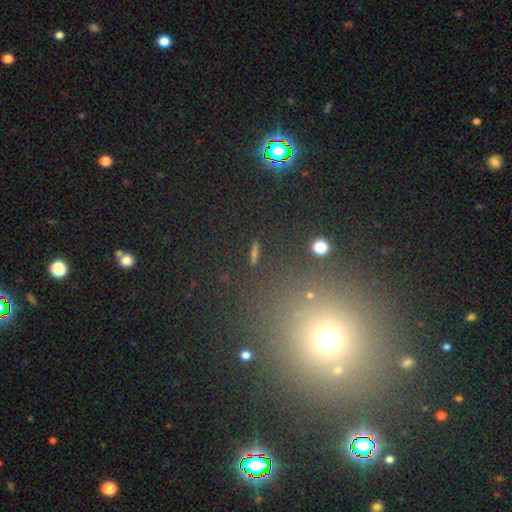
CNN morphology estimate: Smooth or featured? Predicted: star or artifact (p=0.48).